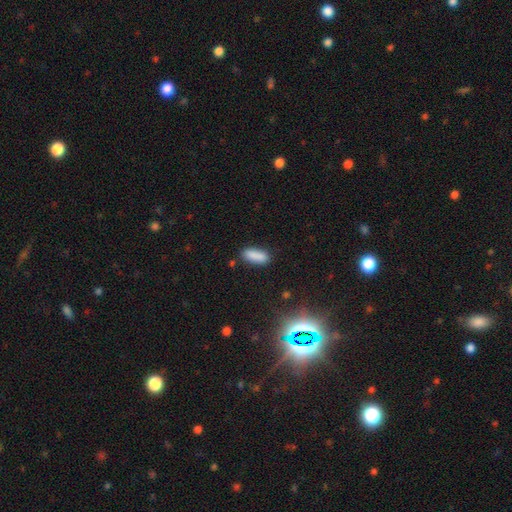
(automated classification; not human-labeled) Morphology: type=smooth (86%); roundness=in between (73%); merging=none (79%).